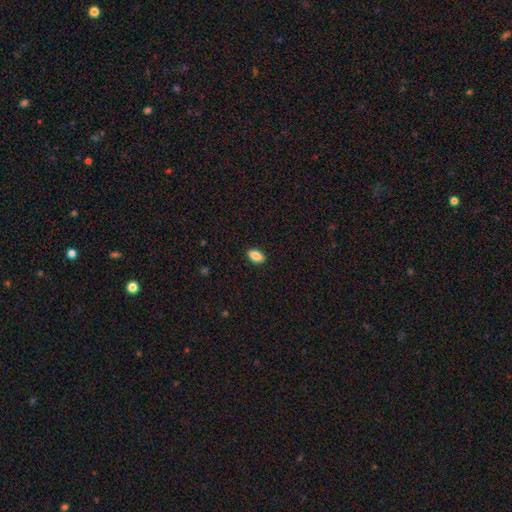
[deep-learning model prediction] smooth-or-featured: smooth: 86% | star or artifact: 8% | featured or disk: 6%
  how-rounded: in between: 91% | round: 6% | cigar-shaped: 3%
  merging: none: 90% | minor disturbance: 7% | major disturbance: 2% | merger: 1%